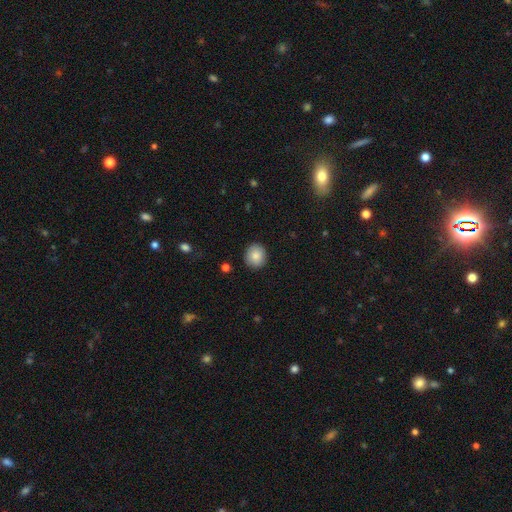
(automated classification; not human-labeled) Smooth or featured?
  - smooth: 86% *
  - star or artifact: 8%
  - featured or disk: 6%
How rounded?
  - round: 79% *
  - in between: 20%
  - cigar-shaped: 1%
Merging?
  - none: 90% *
  - minor disturbance: 7%
  - major disturbance: 2%
  - merger: 1%